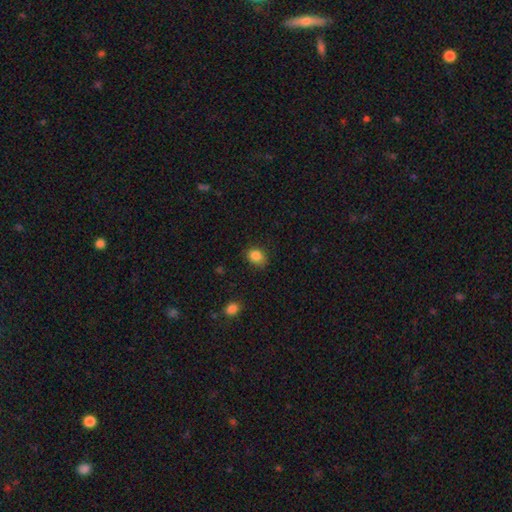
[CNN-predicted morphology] Smooth or featured? Predicted: smooth (p=0.85). How rounded? Predicted: round (p=0.56). Merging? Predicted: none (p=0.77).